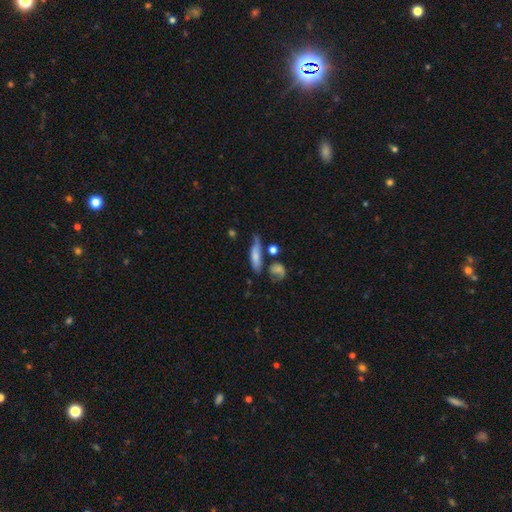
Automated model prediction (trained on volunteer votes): This appears to be a smooth galaxy with no disk features (62%) that is cigar-shaped (58%). Merging: none (47%).